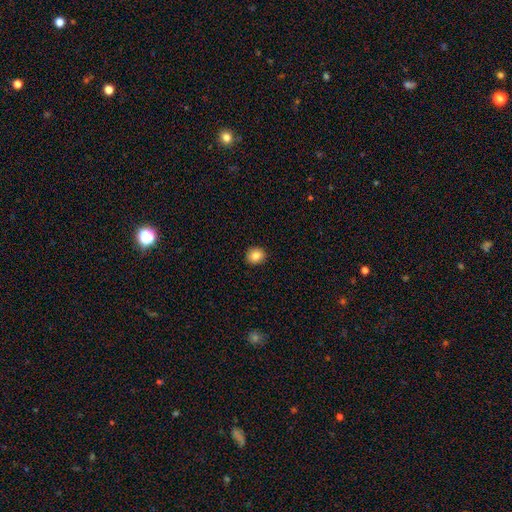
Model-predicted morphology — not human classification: smooth 84%, star or artifact 9%, featured or disk 6%. Down the decision tree: how rounded — round (83%); merging — none (92%).